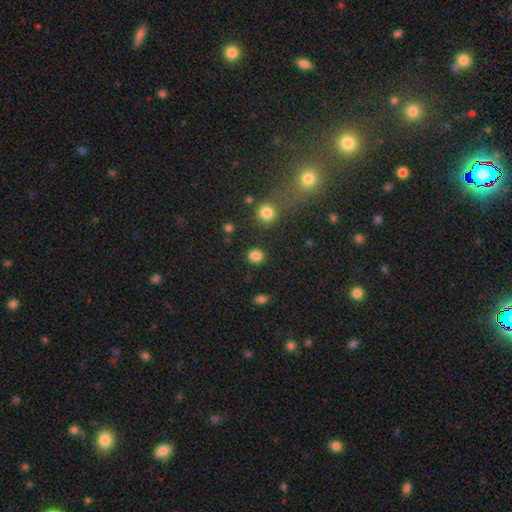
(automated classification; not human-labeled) A smooth galaxy with no disk features (85%) that is round (82%).

Vote fractions:
- Smooth or featured? smooth: 85% / star or artifact: 12% / featured or disk: 3%
- How rounded? round: 82% / in between: 17% / cigar-shaped: 1%
- Merging? none: 88% / minor disturbance: 7% / major disturbance: 3% / merger: 2%